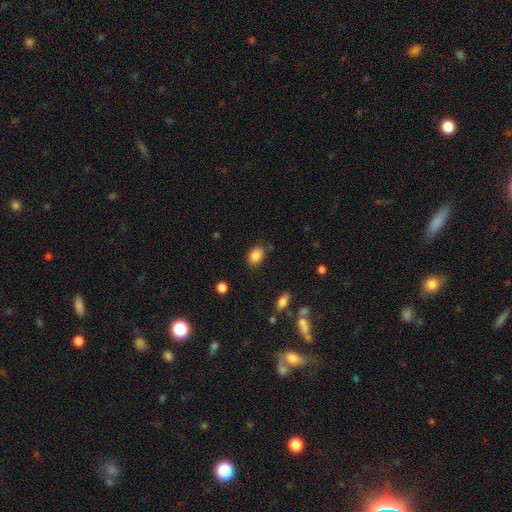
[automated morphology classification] A smooth galaxy with no disk features (86%) that is in between round and cigar-shaped (74%). Merging: none (82%).